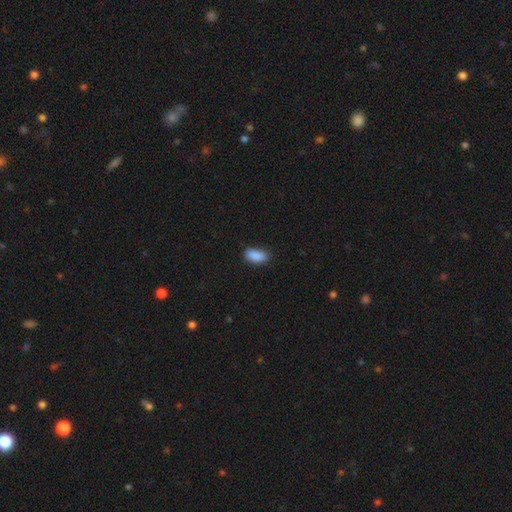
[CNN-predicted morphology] smooth-or-featured: smooth: 89% | star or artifact: 8% | featured or disk: 3%
  how-rounded: in between: 89% | cigar-shaped: 7% | round: 3%
  merging: none: 77% | minor disturbance: 18% | major disturbance: 3% | merger: 2%